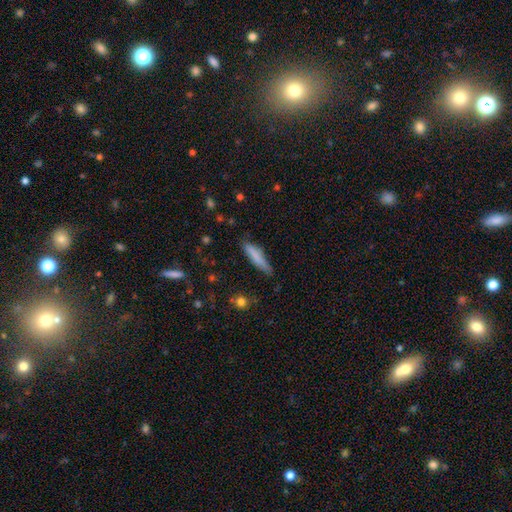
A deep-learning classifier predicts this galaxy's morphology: Smooth or featured? Predicted: smooth (p=0.77). How rounded? Predicted: cigar-shaped (p=0.83). Merging? Predicted: none (p=0.73).